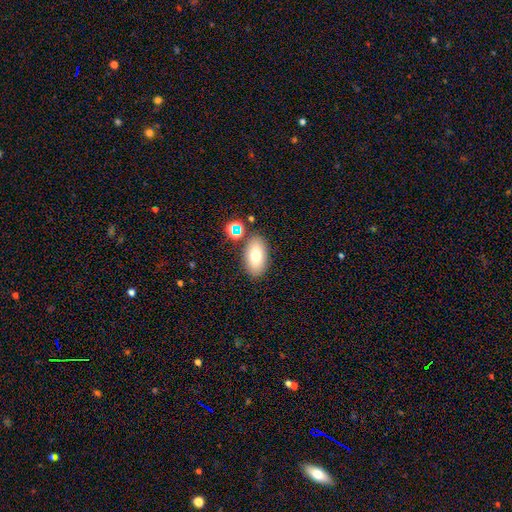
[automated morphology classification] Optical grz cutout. It shows a smooth galaxy with no disk features (72%) that is in between round and cigar-shaped (91%). Merging: none (81%).